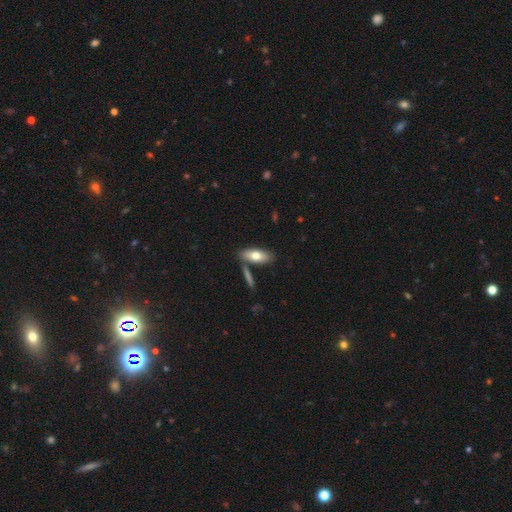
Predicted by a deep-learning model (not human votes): smooth-or-featured: smooth: 71% | featured or disk: 23% | star or artifact: 6%
  how-rounded: in between: 75% | cigar-shaped: 22% | round: 3%
  merging: none: 74% | merger: 12% | minor disturbance: 11% | major disturbance: 3%